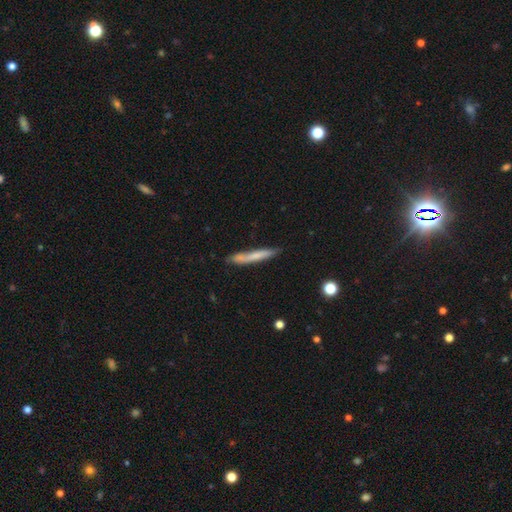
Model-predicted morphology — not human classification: type=smooth (67%); roundness=cigar-shaped (94%); merging=none (71%).